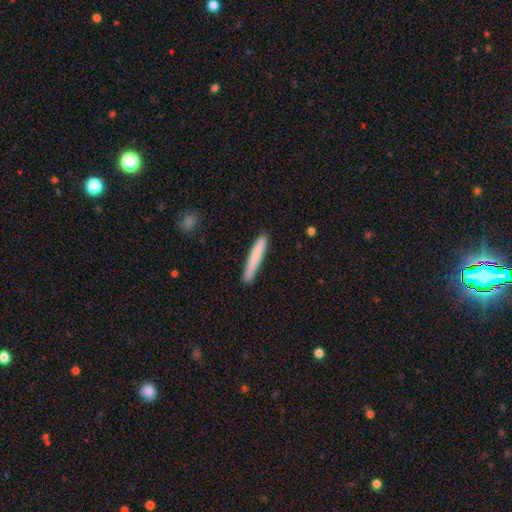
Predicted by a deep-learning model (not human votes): A smooth galaxy with no disk features (79%) that is cigar-shaped (96%). Merging: none (88%).